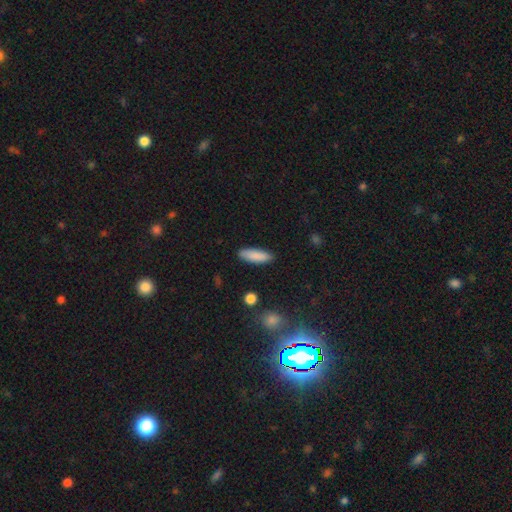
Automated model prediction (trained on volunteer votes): smooth_or_featured: smooth (p=0.87) [alt: featured or disk p=0.07]
how_rounded: in between (p=0.50) [alt: cigar-shaped p=0.48]
merging: none (p=0.88) [alt: minor disturbance p=0.09]